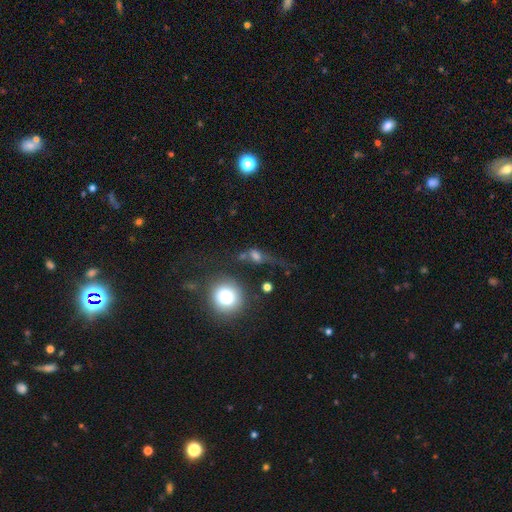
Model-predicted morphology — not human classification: Smooth or featured?
  - smooth: 53% *
  - featured or disk: 28%
  - star or artifact: 19%
How rounded?
  - round: 51% *
  - in between: 37%
  - cigar-shaped: 13%
Merging?
  - none: 38% *
  - major disturbance: 30%
  - minor disturbance: 17%
  - merger: 16%